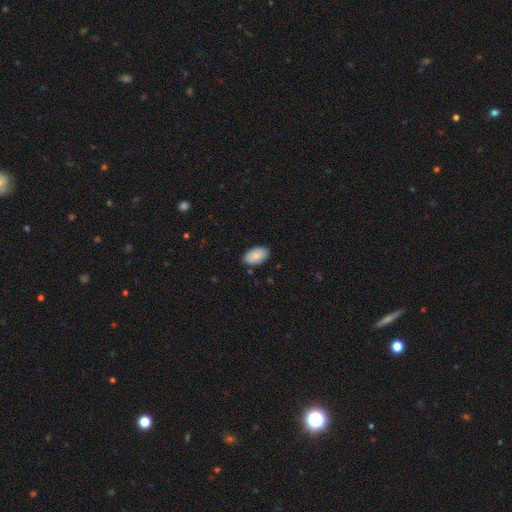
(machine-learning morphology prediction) A smooth galaxy with no disk features (87%) that is in between round and cigar-shaped (94%).

Vote fractions:
- Smooth or featured? smooth: 87% / featured or disk: 7% / star or artifact: 6%
- How rounded? in between: 94% / round: 4% / cigar-shaped: 1%
- Merging? none: 85% / minor disturbance: 11% / major disturbance: 2% / merger: 1%